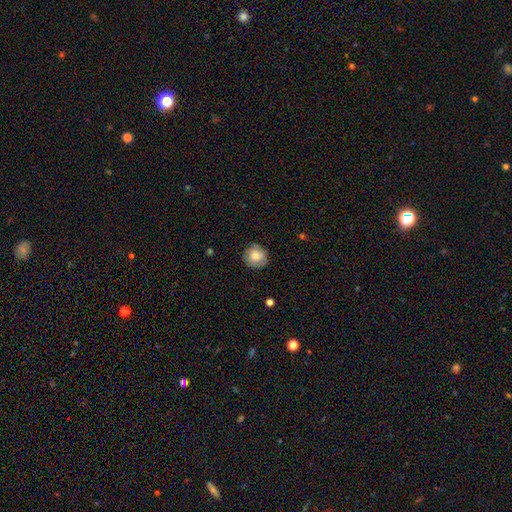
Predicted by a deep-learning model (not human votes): The model was most divided on "smooth or featured": smooth: 74%, featured or disk: 18%, star or artifact: 8%. More confident: how rounded — round (91%); merging — none (81%).